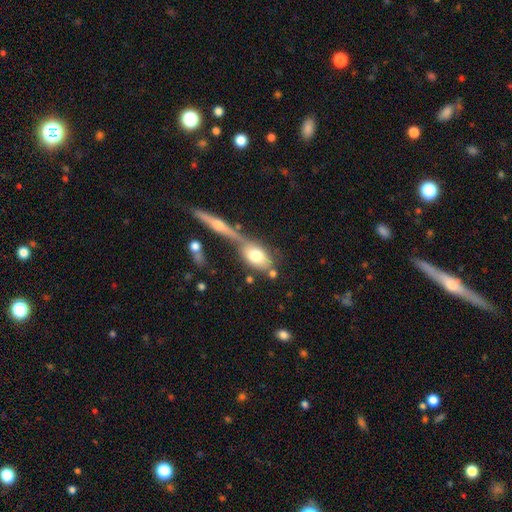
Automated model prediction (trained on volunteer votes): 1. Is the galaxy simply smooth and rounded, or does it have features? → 68% smooth, 25% featured or disk, 7% star or artifact.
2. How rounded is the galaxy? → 82% in between, 10% round, 8% cigar-shaped.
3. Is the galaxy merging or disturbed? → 45% none, 33% merger, 15% minor disturbance, 6% major disturbance.